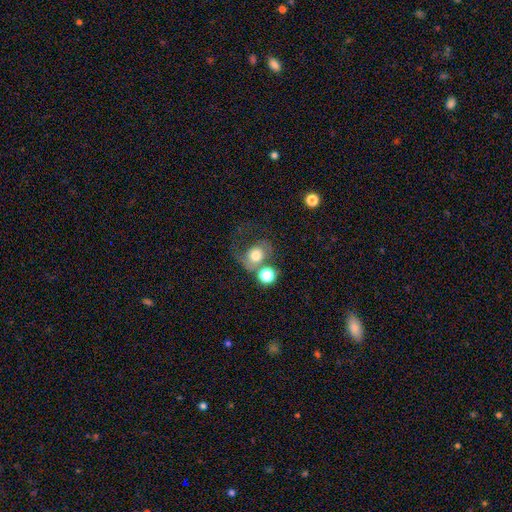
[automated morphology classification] A smooth galaxy with no disk features (62%) that is round (64%).

Vote fractions:
- Smooth or featured? smooth: 62% / featured or disk: 27% / star or artifact: 11%
- How rounded? round: 64% / in between: 35% / cigar-shaped: 1%
- Merging? merger: 33% / none: 29% / major disturbance: 24% / minor disturbance: 14%